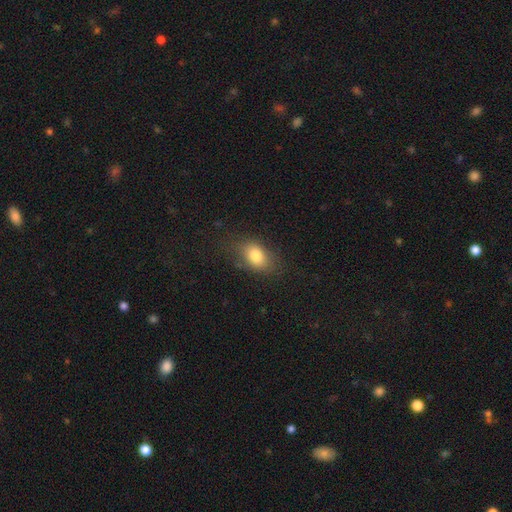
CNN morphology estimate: The model was most divided on "merging": none: 74%, minor disturbance: 18%, major disturbance: 7%, merger: 1%. More confident: smooth or featured — smooth (80%); how rounded — in between (79%).